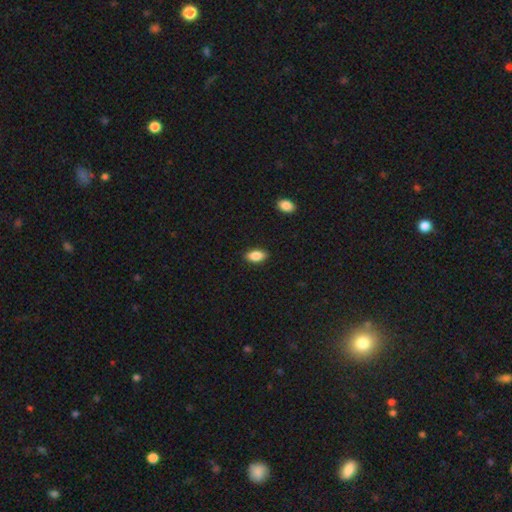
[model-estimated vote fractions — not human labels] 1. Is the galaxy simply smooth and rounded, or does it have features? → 86% smooth, 8% star or artifact, 7% featured or disk.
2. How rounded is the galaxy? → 91% in between, 5% cigar-shaped, 4% round.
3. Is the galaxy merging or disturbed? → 88% none, 9% minor disturbance, 2% major disturbance, 1% merger.